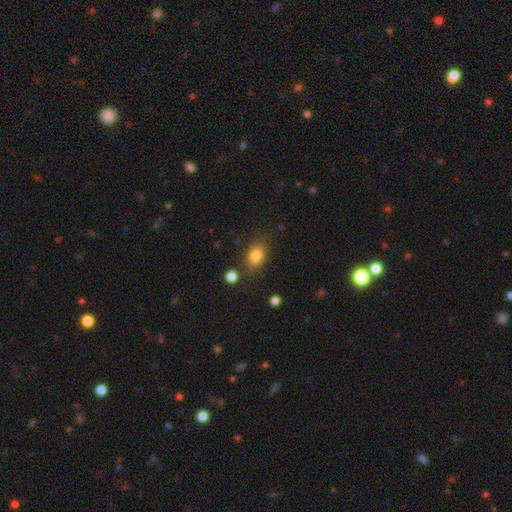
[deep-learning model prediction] Q: Smooth or featured?
A: smooth (81%); runner-up: star or artifact (10%)
Q: How rounded?
A: in between (71%); runner-up: round (27%)
Q: Merging?
A: none (76%); runner-up: minor disturbance (15%)